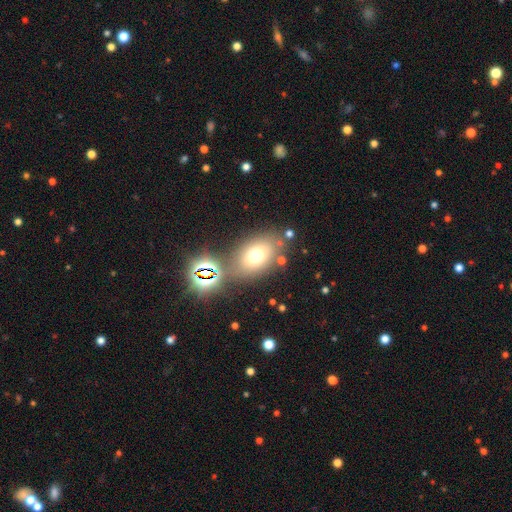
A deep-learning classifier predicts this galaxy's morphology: A smooth galaxy with no disk features (65%) that is in between round and cigar-shaped (72%). Merging: none (71%).